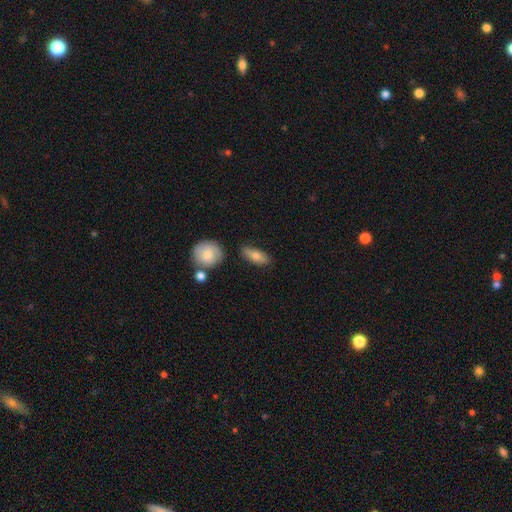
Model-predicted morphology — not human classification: smooth 72%, featured or disk 21%, star or artifact 7%. Down the decision tree: how rounded — in between (76%); merging — none (78%).